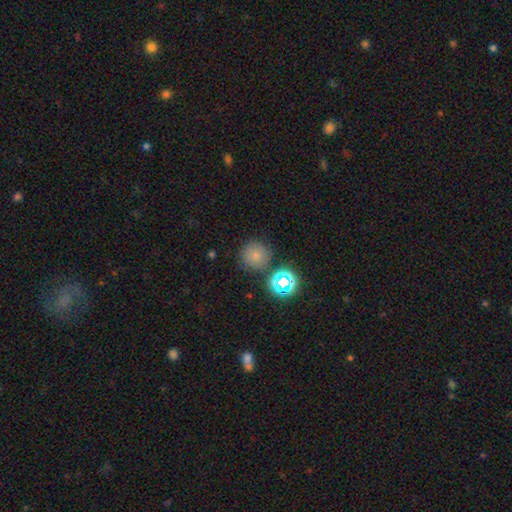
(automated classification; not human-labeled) A smooth galaxy with no disk features (71%) that is round (93%).

Vote fractions:
- Smooth or featured? smooth: 71% / star or artifact: 20% / featured or disk: 9%
- How rounded? round: 93% / in between: 6% / cigar-shaped: 1%
- Merging? none: 79% / minor disturbance: 10% / merger: 7% / major disturbance: 3%